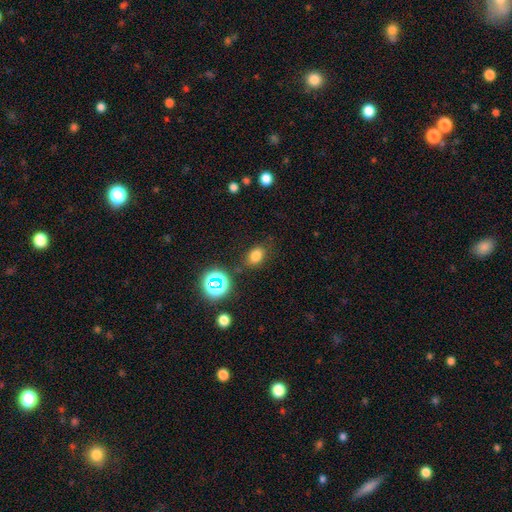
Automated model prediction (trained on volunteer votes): A smooth galaxy with no disk features (74%) that is in between round and cigar-shaped (72%). Merging: none (78%).